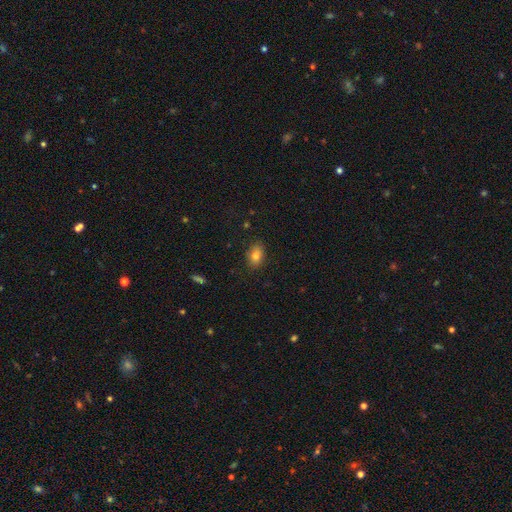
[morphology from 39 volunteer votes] A smooth galaxy with no disk features (82%) that is in between round and cigar-shaped (72%).

Vote fractions:
- Smooth or featured? smooth: 82% / star or artifact: 10% / featured or disk: 8%
- How rounded? in between: 72% / round: 22% / cigar-shaped: 6%
- Merging? none: 71% / minor disturbance: 23% / major disturbance: 3% / merger: 3%